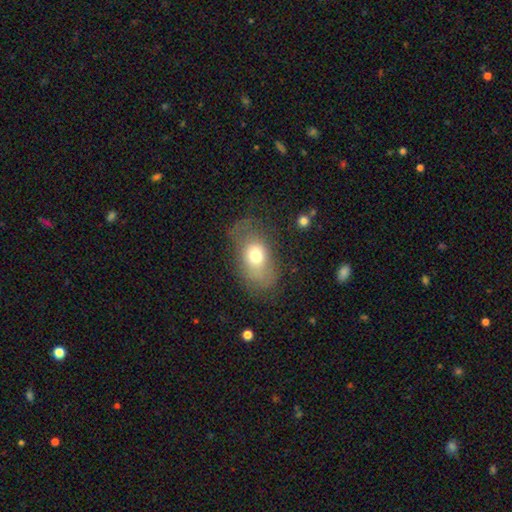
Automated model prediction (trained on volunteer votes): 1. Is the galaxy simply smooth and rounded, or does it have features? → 66% smooth, 24% featured or disk, 11% star or artifact.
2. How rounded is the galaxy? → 79% in between, 19% round, 2% cigar-shaped.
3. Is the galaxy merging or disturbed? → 50% none, 26% minor disturbance, 22% major disturbance, 2% merger.